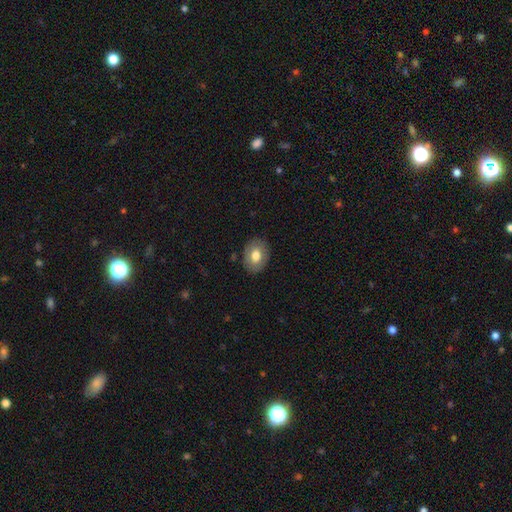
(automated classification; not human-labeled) Q: Smooth or featured?
A: smooth (68%); runner-up: featured or disk (25%)
Q: How rounded?
A: in between (67%); runner-up: round (33%)
Q: Merging?
A: none (85%); runner-up: minor disturbance (11%)